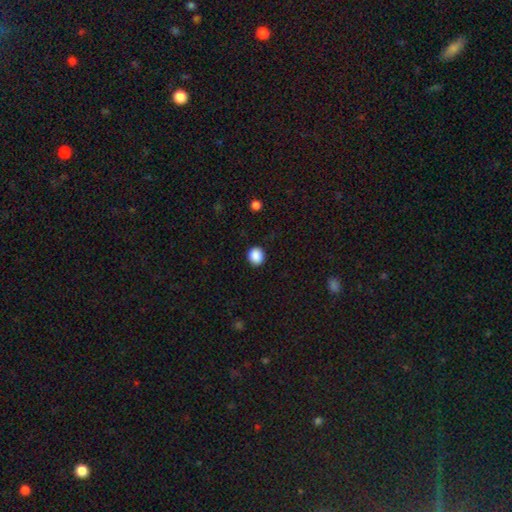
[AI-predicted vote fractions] The model was most divided on "how rounded": round: 81%, in between: 18%, cigar-shaped: 1%. More confident: merging — none (91%); smooth or featured — smooth (89%).